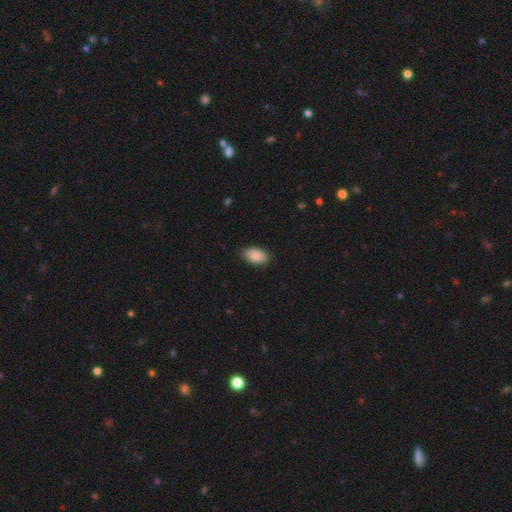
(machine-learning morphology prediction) smooth 89%, star or artifact 6%, featured or disk 5%. Down the decision tree: how rounded — in between (94%); merging — none (86%).